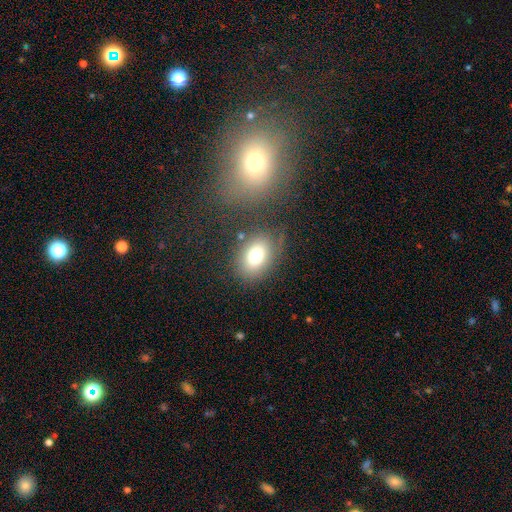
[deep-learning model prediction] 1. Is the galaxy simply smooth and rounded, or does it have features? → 75% smooth, 13% featured or disk, 11% star or artifact.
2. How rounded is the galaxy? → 73% in between, 26% round, 1% cigar-shaped.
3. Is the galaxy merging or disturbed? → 74% none, 14% minor disturbance, 6% major disturbance, 5% merger.